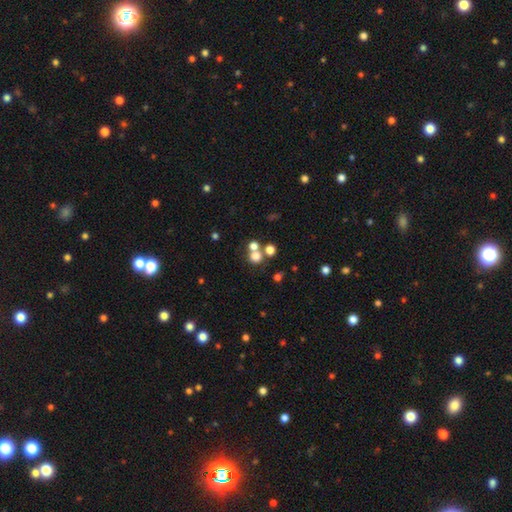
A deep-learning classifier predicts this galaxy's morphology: Q: Smooth or featured?
A: smooth (70%); runner-up: star or artifact (18%)
Q: How rounded?
A: round (86%); runner-up: in between (13%)
Q: Merging?
A: none (52%); runner-up: merger (36%)